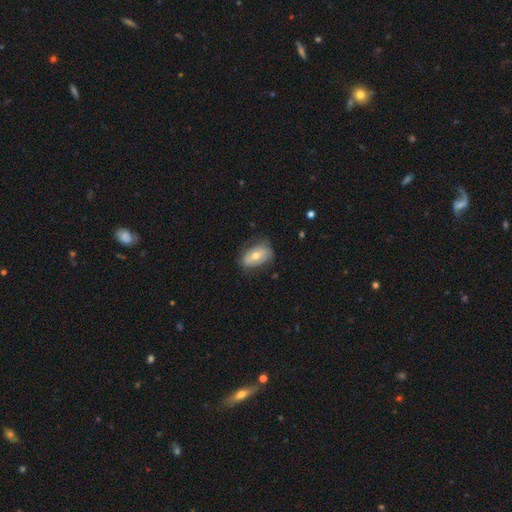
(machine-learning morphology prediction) Smooth or featured?
  - smooth: 51% *
  - featured or disk: 41%
  - star or artifact: 8%
How rounded?
  - in between: 88% *
  - round: 10%
  - cigar-shaped: 3%
Merging?
  - none: 67% *
  - minor disturbance: 25%
  - major disturbance: 7%
  - merger: 1%